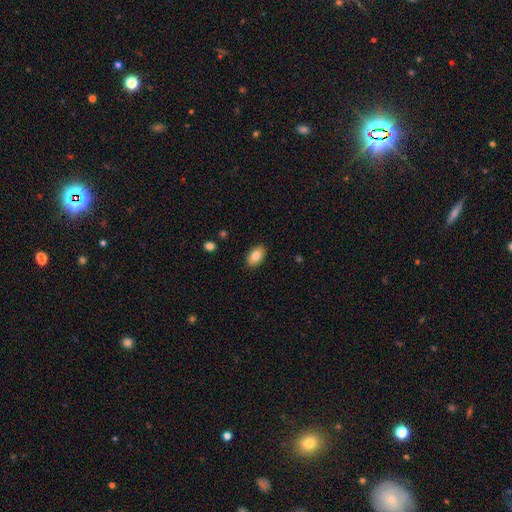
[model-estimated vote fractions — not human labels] smooth 83%, featured or disk 11%, star or artifact 7%. Down the decision tree: how rounded — in between (93%); merging — none (89%).